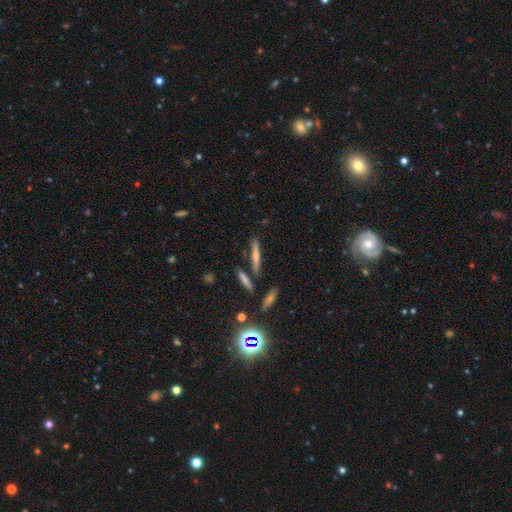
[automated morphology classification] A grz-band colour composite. It shows a smooth galaxy with no disk features (53%) that is cigar-shaped (88%). Merging: none (77%).